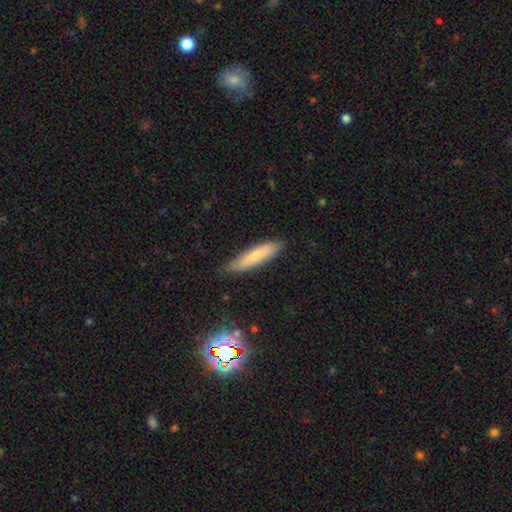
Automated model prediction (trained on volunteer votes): Smooth or featured? smooth (66%)
How rounded? cigar-shaped (74%)
Merging? none (79%)